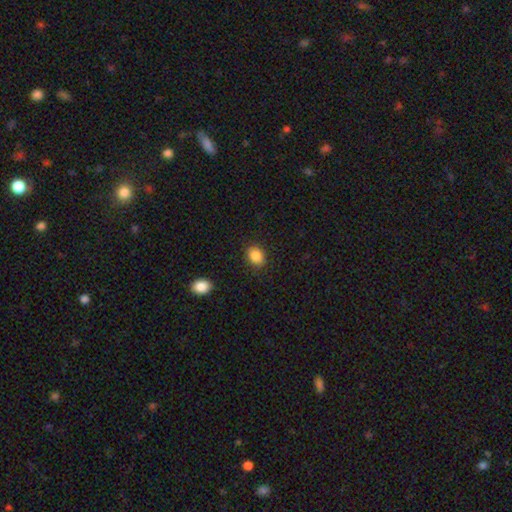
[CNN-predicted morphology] smooth_or_featured: smooth (p=0.86) [alt: star or artifact p=0.09]
how_rounded: in between (p=0.58) [alt: round p=0.41]
merging: none (p=0.87) [alt: minor disturbance p=0.09]